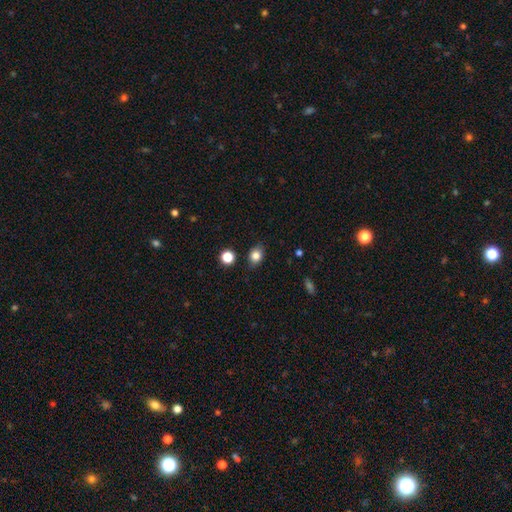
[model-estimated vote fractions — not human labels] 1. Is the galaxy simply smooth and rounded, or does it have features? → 82% smooth, 11% star or artifact, 7% featured or disk.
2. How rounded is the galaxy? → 58% in between, 40% round, 1% cigar-shaped.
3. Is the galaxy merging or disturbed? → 82% none, 12% minor disturbance, 3% major disturbance, 2% merger.